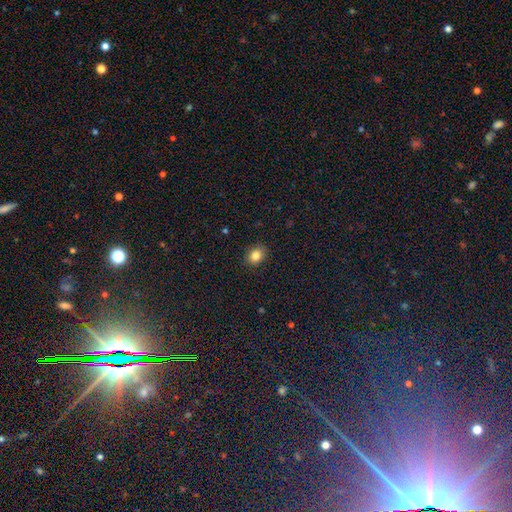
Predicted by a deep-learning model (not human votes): smooth_or_featured: smooth (p=0.84) [alt: star or artifact p=0.10]
how_rounded: in between (p=0.52) [alt: round p=0.47]
merging: none (p=0.88) [alt: minor disturbance p=0.08]